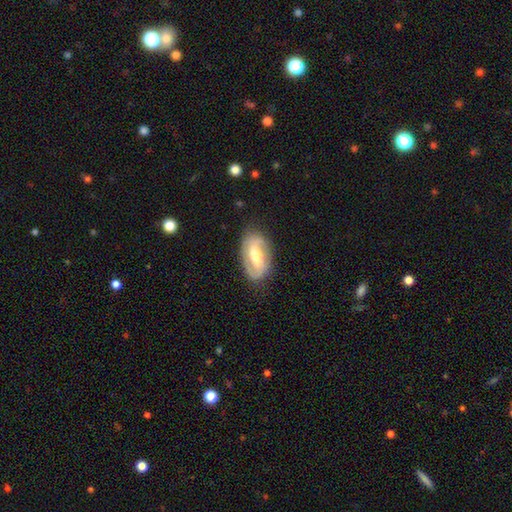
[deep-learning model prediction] A featured or disk galaxy (71%) with a weak bar (43%), 2 (82%) medium (44%) spiral arms (85%) and a moderate central bulge (50%).

Vote fractions:
- Smooth or featured? featured or disk: 71% / smooth: 22% / star or artifact: 6%
- Edge-on disk? no: 95% / yes: 5%
- Bar? weak: 43% / strong: 38% / no: 19%
- Spiral arms? yes: 85% / no: 15%
- Spiral winding? medium: 44% / tight: 36% / loose: 21%
- Spiral arm count? 2: 82% / can't tell: 10% / 1: 4% / 3: 2% / 4: 1% / more than 4: 1%
- Bulge size? moderate: 50% / small: 22% / large: 20% / none: 6% / dominant: 2%
- Merging? none: 78% / minor disturbance: 15% / major disturbance: 5% / merger: 1%